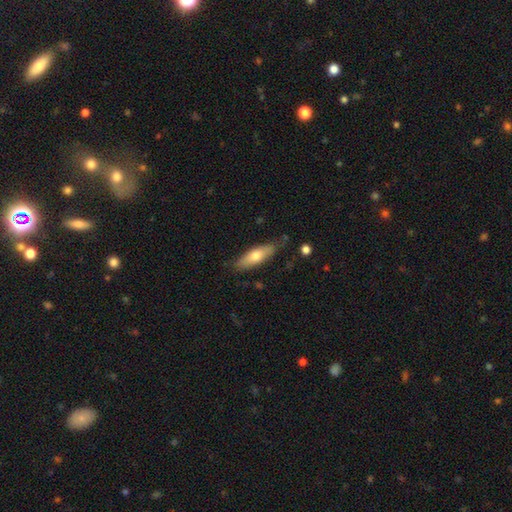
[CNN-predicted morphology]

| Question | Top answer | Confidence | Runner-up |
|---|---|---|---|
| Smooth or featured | smooth | 65% | featured or disk (29%) |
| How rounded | in between | 50% | cigar-shaped (48%) |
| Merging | none | 77% | minor disturbance (17%) |